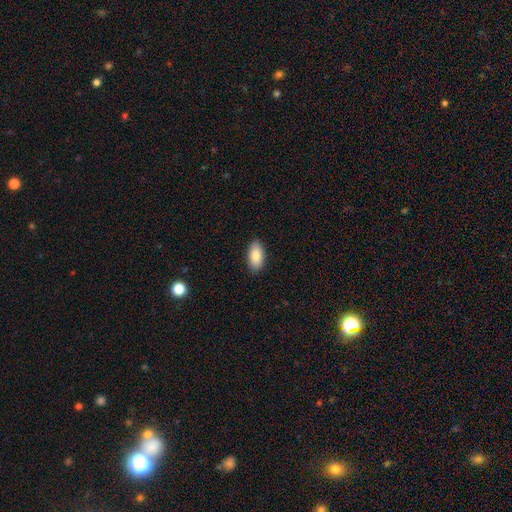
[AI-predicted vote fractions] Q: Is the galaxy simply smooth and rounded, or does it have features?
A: smooth — 84%.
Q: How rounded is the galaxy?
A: in between — 93%.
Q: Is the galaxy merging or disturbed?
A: none — 89%.